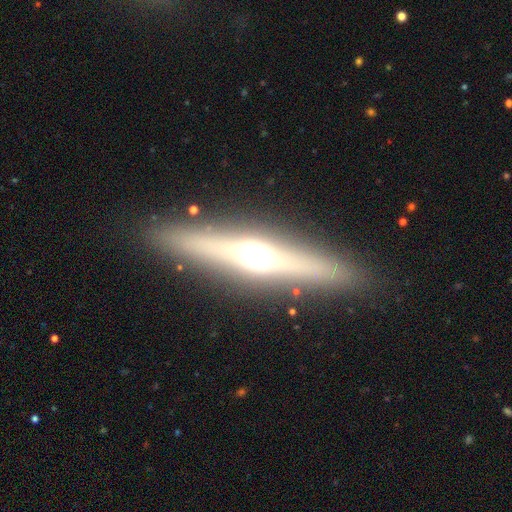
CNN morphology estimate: type=featured or disk (65%); edge-on=yes (93%); edge-on bulge=rounded (92%); merging=none (89%).